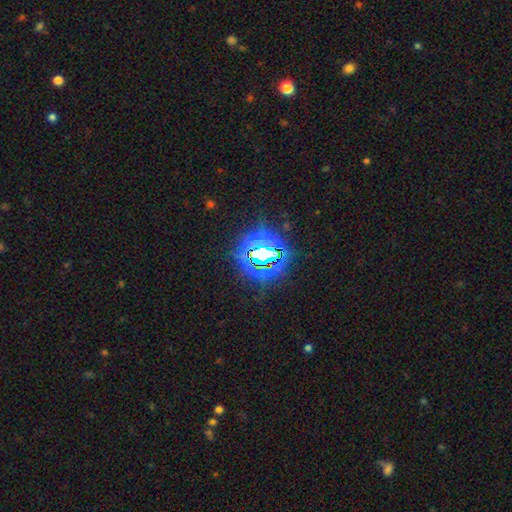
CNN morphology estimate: smooth_or_featured: star or artifact (p=0.79) [alt: smooth p=0.12]